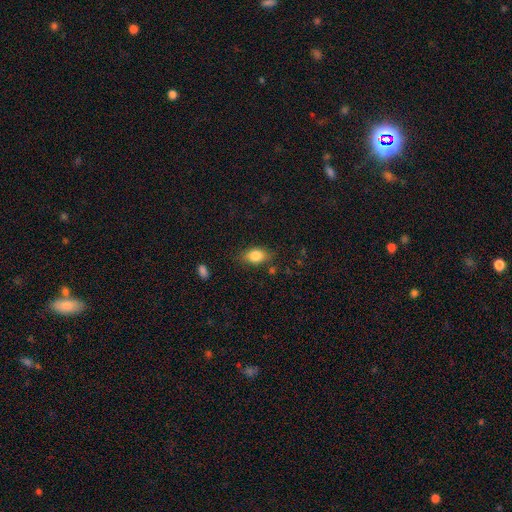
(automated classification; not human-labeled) A smooth galaxy with no disk features (82%) that is in between round and cigar-shaped (79%).

Vote fractions:
- Smooth or featured? smooth: 82% / featured or disk: 9% / star or artifact: 8%
- How rounded? in between: 79% / round: 18% / cigar-shaped: 3%
- Merging? none: 79% / minor disturbance: 15% / major disturbance: 4% / merger: 2%